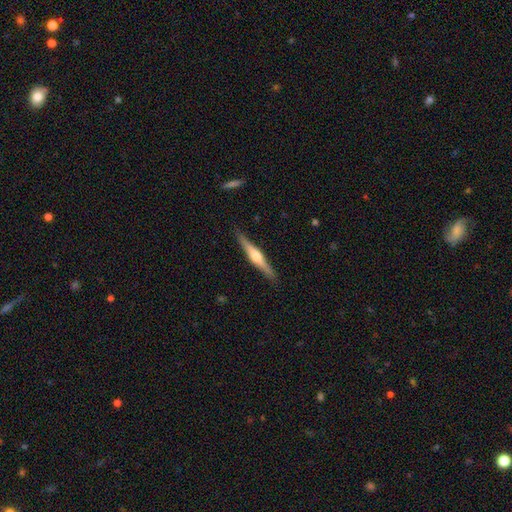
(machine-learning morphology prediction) Smooth or featured: featured or disk — 71% (smooth — 24%)
Edge-on disk: yes — 98% (no — 2%)
Edge-on bulge: rounded — 88% (boxy — 8%)
Merging: none — 90% (minor disturbance — 8%)